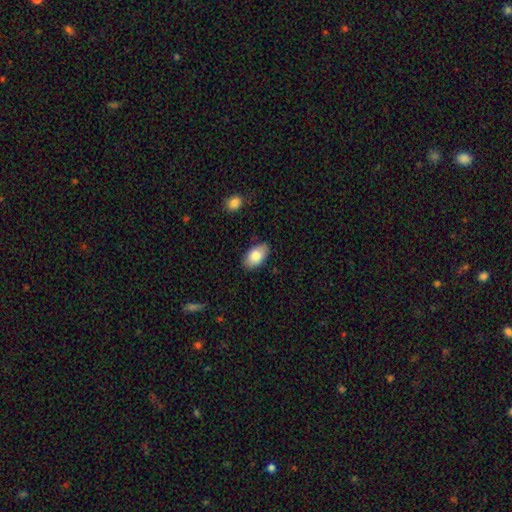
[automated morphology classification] Smooth or featured? smooth (83%)
How rounded? in between (94%)
Merging? none (85%)